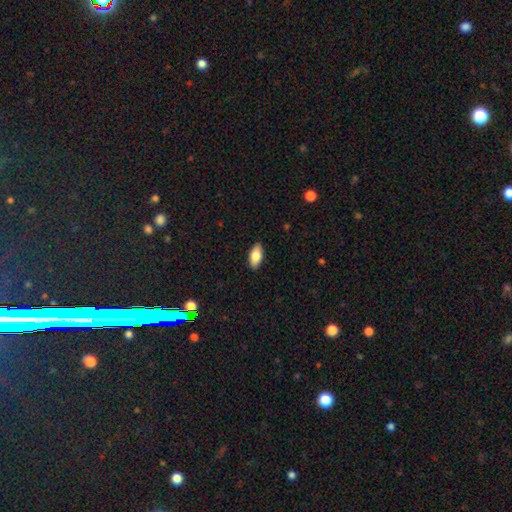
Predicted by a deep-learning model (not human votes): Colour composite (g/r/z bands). It shows a smooth galaxy with no disk features (83%) that is in between round and cigar-shaped (91%). Merging: none (89%).